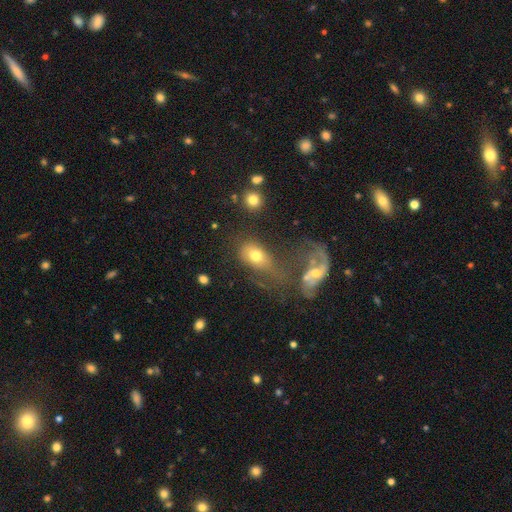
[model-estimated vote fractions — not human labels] Morphology: type=smooth (64%); roundness=in between (80%); merging=none (33%).